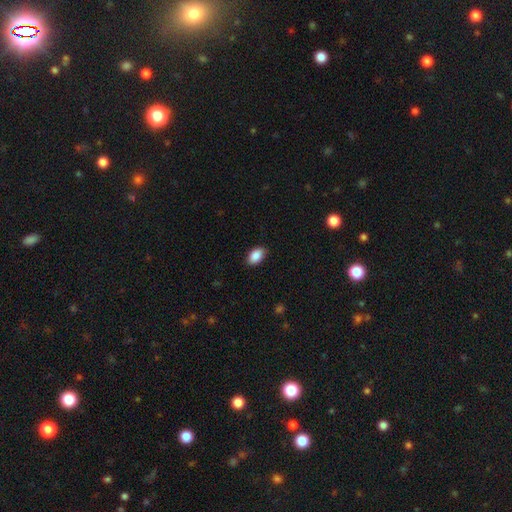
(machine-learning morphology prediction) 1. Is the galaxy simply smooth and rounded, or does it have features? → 89% smooth, 7% star or artifact, 4% featured or disk.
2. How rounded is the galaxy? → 91% in between, 8% round, 1% cigar-shaped.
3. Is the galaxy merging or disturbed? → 86% none, 11% minor disturbance, 2% major disturbance, 1% merger.